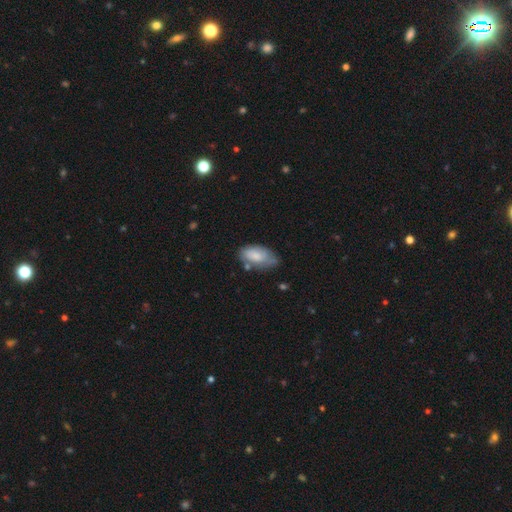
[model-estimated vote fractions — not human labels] Q: Smooth or featured?
A: smooth (70%); runner-up: featured or disk (24%)
Q: How rounded?
A: in between (92%); runner-up: cigar-shaped (5%)
Q: Merging?
A: none (51%); runner-up: minor disturbance (32%)